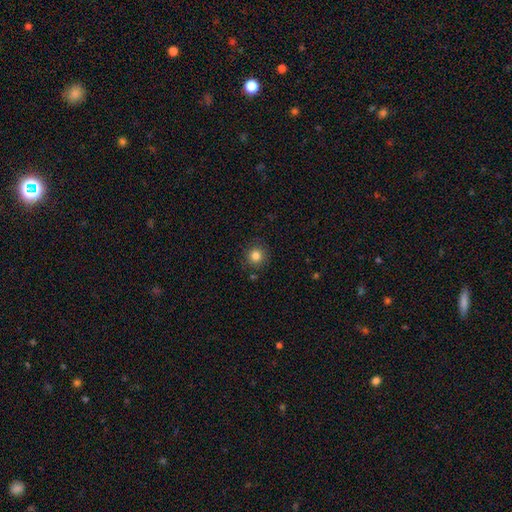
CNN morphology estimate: A smooth galaxy with no disk features (83%) that is round (93%).

Vote fractions:
- Smooth or featured? smooth: 83% / star or artifact: 11% / featured or disk: 6%
- How rounded? round: 93% / in between: 6% / cigar-shaped: 1%
- Merging? none: 87% / minor disturbance: 8% / major disturbance: 3% / merger: 2%